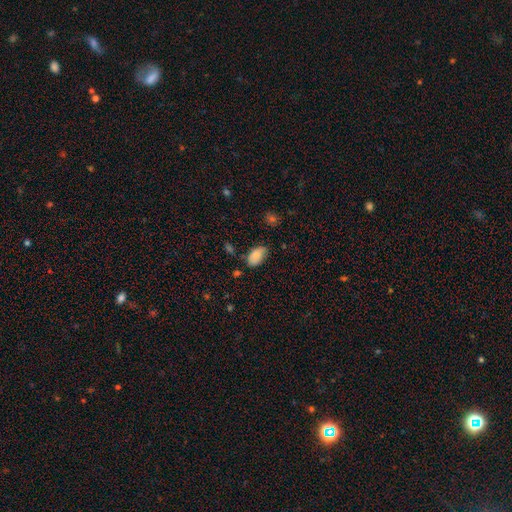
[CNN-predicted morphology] Overall: smooth (84%). How rounded: in between (94%). Merging: none (62%; minor disturbance 28%).